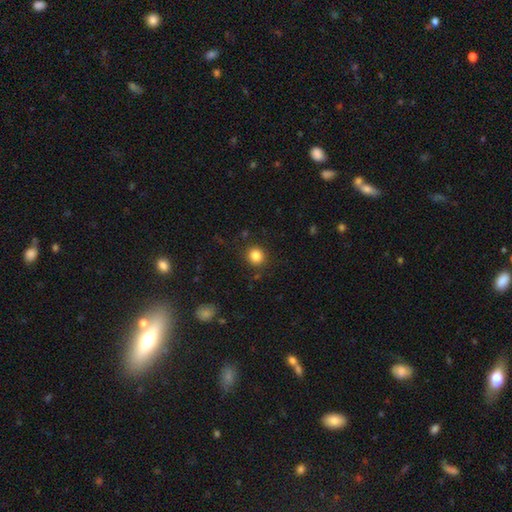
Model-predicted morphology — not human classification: The model was most divided on "how rounded": round: 85%, in between: 14%, cigar-shaped: 1%. More confident: merging — none (88%); smooth or featured — smooth (84%).